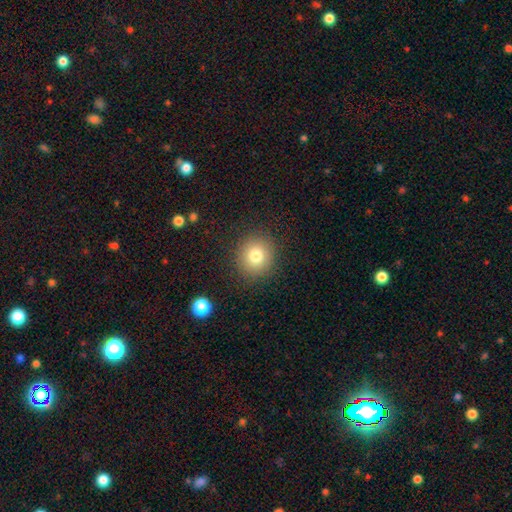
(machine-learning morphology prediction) This is likely a smooth galaxy (78%). How rounded: clearly round (88%). Merging: clearly none (89%).